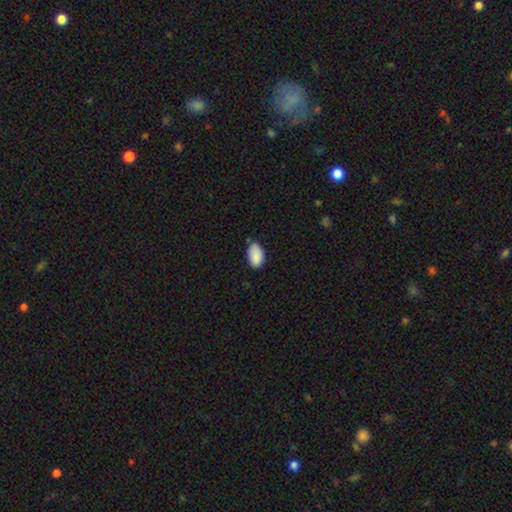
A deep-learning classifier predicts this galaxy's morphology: Smooth or featured? Predicted: smooth (p=0.88). How rounded? Predicted: in between (p=0.94). Merging? Predicted: none (p=0.67).